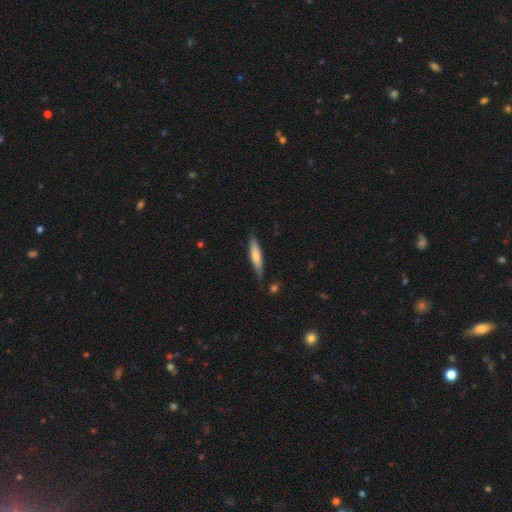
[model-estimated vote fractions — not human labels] smooth_or_featured: smooth (p=0.67) [alt: featured or disk p=0.27]
how_rounded: cigar-shaped (p=0.82) [alt: in between p=0.17]
merging: none (p=0.76) [alt: minor disturbance p=0.18]